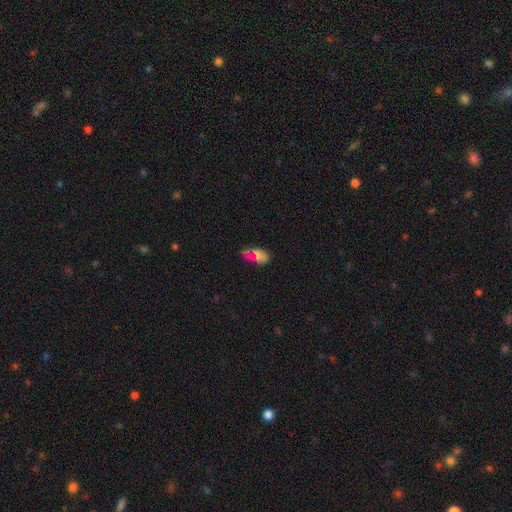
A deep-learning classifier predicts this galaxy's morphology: smooth-or-featured: smooth: 63% | featured or disk: 20% | star or artifact: 17%
  how-rounded: in between: 90% | round: 5% | cigar-shaped: 5%
  merging: none: 50% | minor disturbance: 27% | major disturbance: 13% | merger: 9%